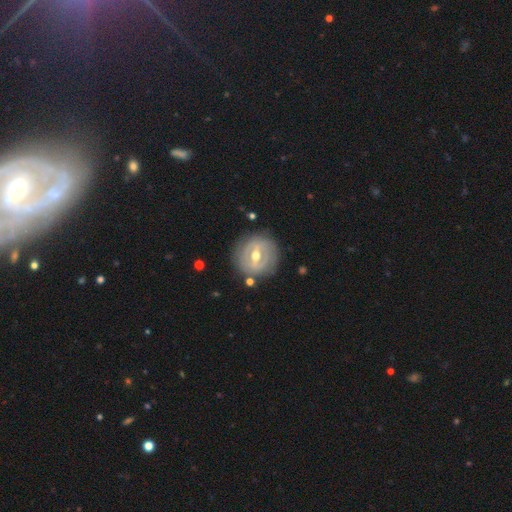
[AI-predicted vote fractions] Q: Smooth or featured?
A: featured or disk (75%); runner-up: smooth (20%)
Q: Edge-on disk?
A: no (93%); runner-up: yes (7%)
Q: Bar?
A: strong (49%); runner-up: weak (37%)
Q: Spiral arms?
A: no (53%); runner-up: yes (47%)
Q: Bulge size?
A: moderate (77%); runner-up: small (16%)
Q: Merging?
A: none (81%); runner-up: minor disturbance (12%)